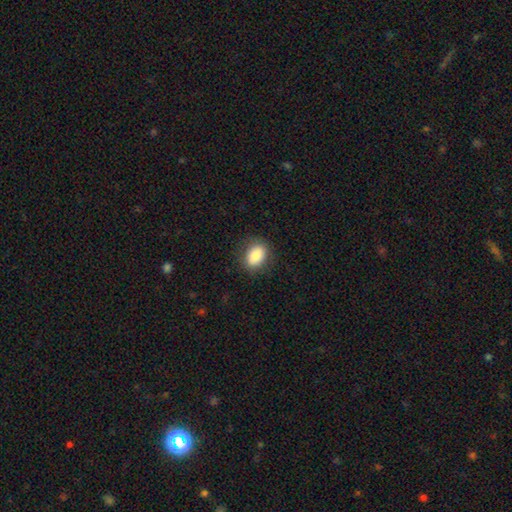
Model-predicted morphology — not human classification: Smooth or featured? smooth (85%)
How rounded? in between (76%)
Merging? none (85%)